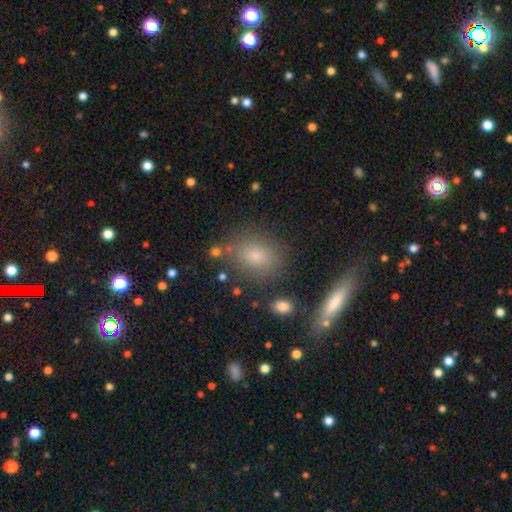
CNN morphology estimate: A smooth galaxy with no disk features (77%) that is in between round and cigar-shaped (57%). Merging: none (76%).